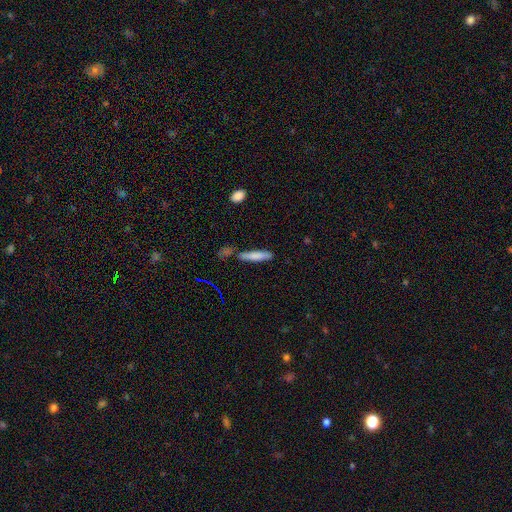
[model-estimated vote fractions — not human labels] smooth_or_featured: smooth (p=0.77) [alt: featured or disk p=0.16]
how_rounded: cigar-shaped (p=0.86) [alt: in between p=0.13]
merging: none (p=0.69) [alt: minor disturbance p=0.16]